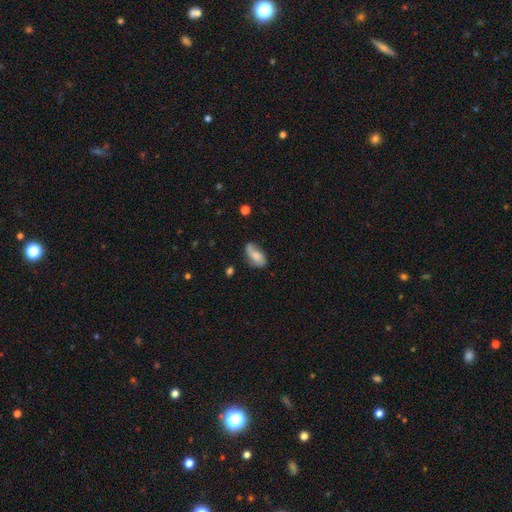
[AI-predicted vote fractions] smooth-or-featured: smooth: 61% | featured or disk: 31% | star or artifact: 8%
  how-rounded: in between: 91% | cigar-shaped: 5% | round: 5%
  merging: none: 58% | minor disturbance: 29% | major disturbance: 10% | merger: 4%